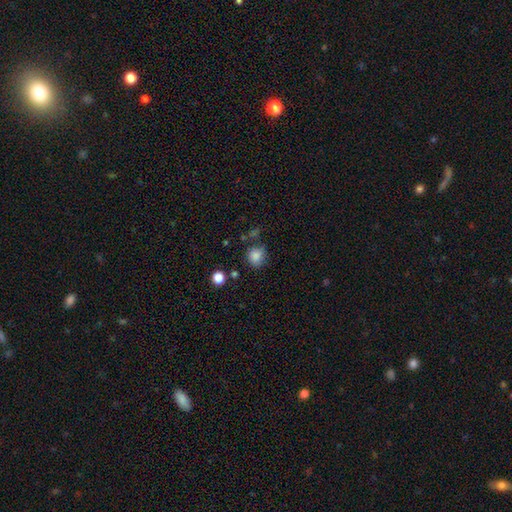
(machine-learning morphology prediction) This appears to be a smooth galaxy with no disk features (83%) that is round (82%). Merging: none (69%).